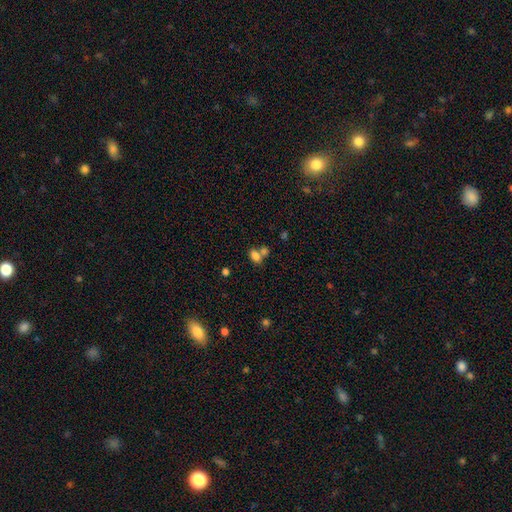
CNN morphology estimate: smooth_or_featured: smooth (p=0.80) [alt: star or artifact p=0.12]
how_rounded: in between (p=0.80) [alt: round p=0.17]
merging: merger (p=0.44) [alt: none p=0.42]